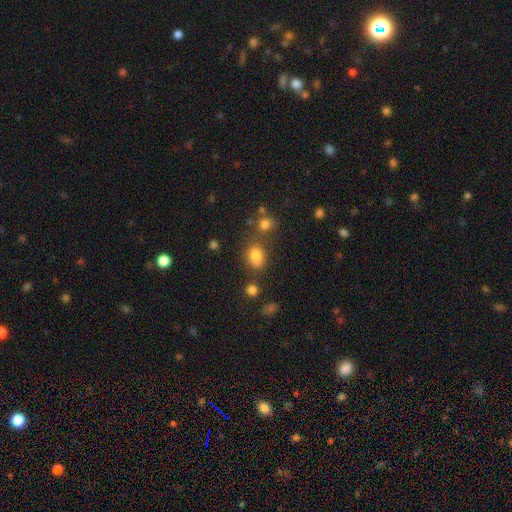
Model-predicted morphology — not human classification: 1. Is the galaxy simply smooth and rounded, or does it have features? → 80% smooth, 14% star or artifact, 7% featured or disk.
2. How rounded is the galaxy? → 66% in between, 33% round, 1% cigar-shaped.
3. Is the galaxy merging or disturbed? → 59% none, 18% minor disturbance, 15% merger, 8% major disturbance.